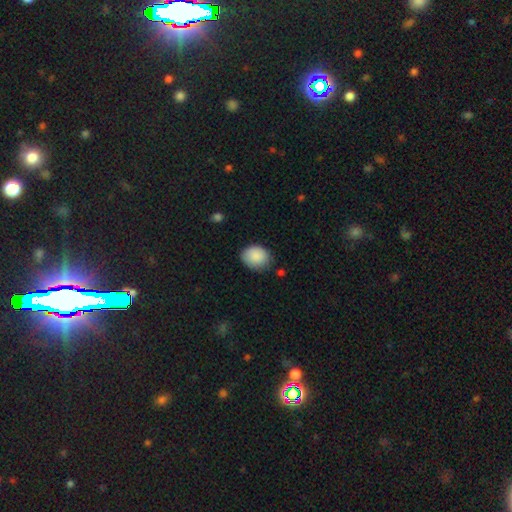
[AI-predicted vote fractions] Smooth or featured? smooth (89%)
How rounded? in between (54%)
Merging? none (76%)